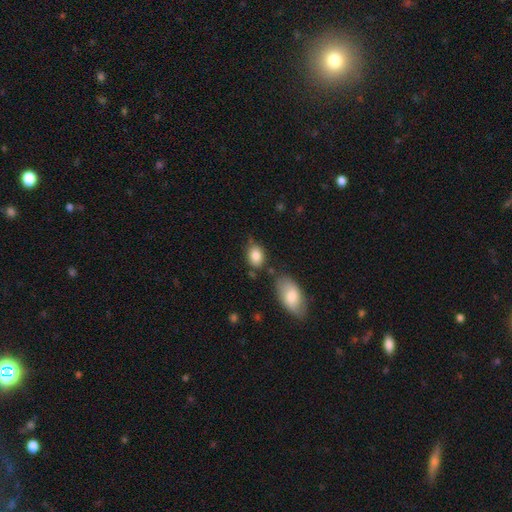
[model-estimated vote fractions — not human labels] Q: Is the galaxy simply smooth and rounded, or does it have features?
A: smooth — 85%.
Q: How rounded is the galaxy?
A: in between — 72%.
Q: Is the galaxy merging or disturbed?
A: none — 66%.